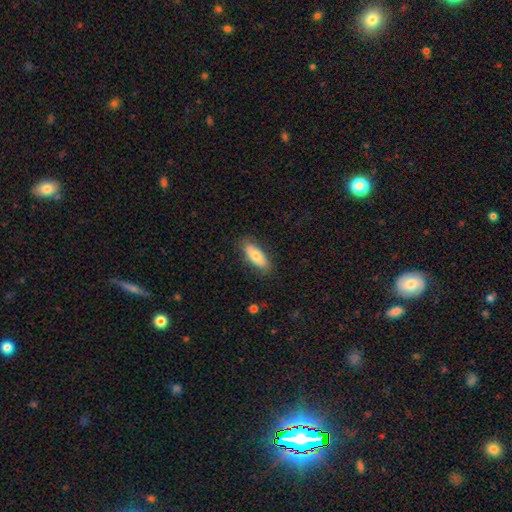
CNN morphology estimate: type=smooth (70%); roundness=in between (80%); merging=none (82%).